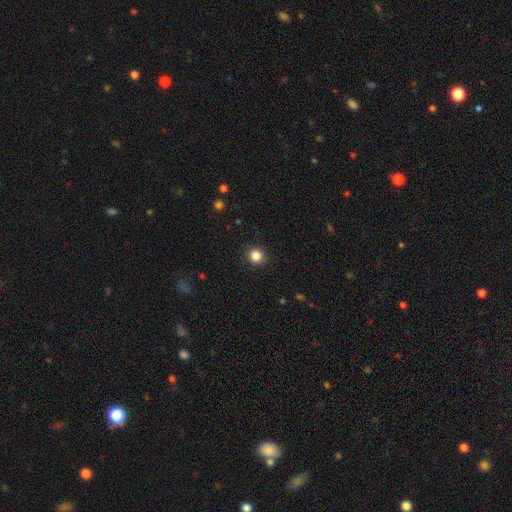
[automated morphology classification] This is clearly a smooth galaxy (85%). How rounded: clearly round (92%). Merging: clearly none (92%).